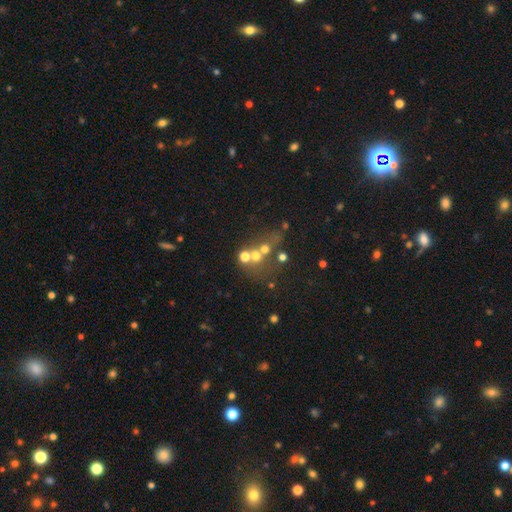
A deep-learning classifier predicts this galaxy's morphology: smooth-or-featured: smooth: 49% | featured or disk: 27% | star or artifact: 24%
  merging: merger: 45% | none: 41% | minor disturbance: 8% | major disturbance: 7%